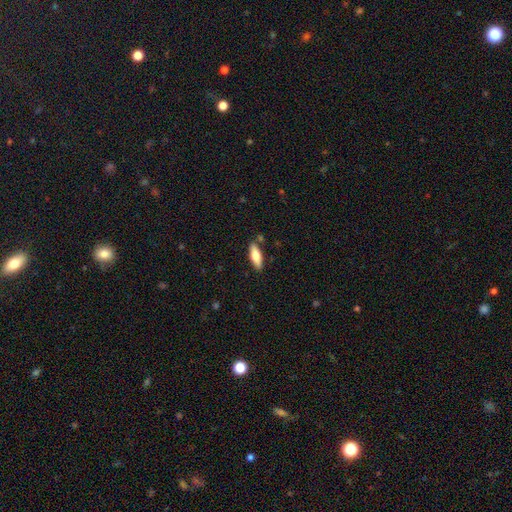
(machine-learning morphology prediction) Smooth or featured?
  - smooth: 70% *
  - featured or disk: 24%
  - star or artifact: 6%
How rounded?
  - in between: 60% *
  - cigar-shaped: 38%
  - round: 2%
Merging?
  - none: 83% *
  - minor disturbance: 11%
  - merger: 3%
  - major disturbance: 2%